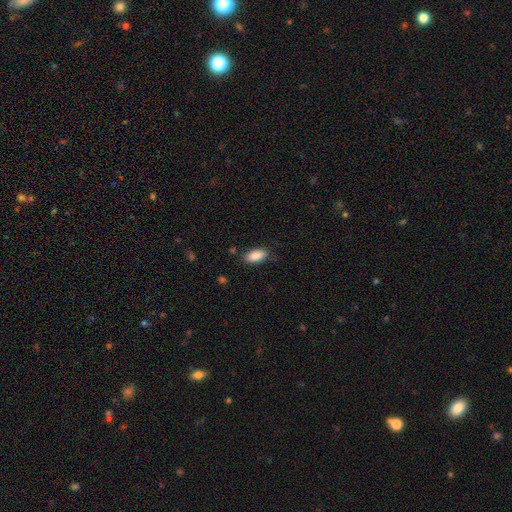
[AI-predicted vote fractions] Morphology: type=smooth (88%); roundness=in between (90%); merging=none (82%).